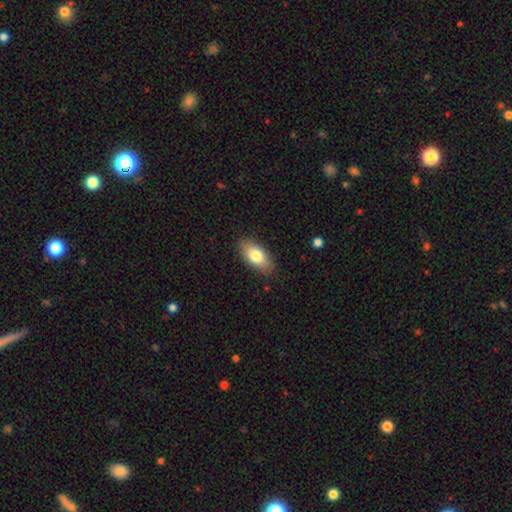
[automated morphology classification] A smooth galaxy with no disk features (78%) that is in between round and cigar-shaped (90%). Merging: none (86%).